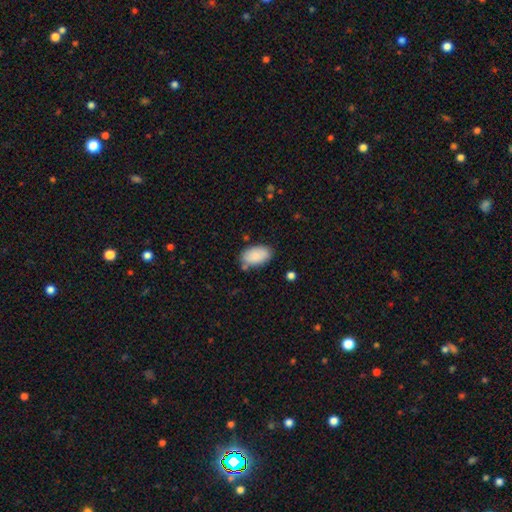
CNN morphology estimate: Overall: smooth (88%). How rounded: in between (94%). Merging: none (76%).